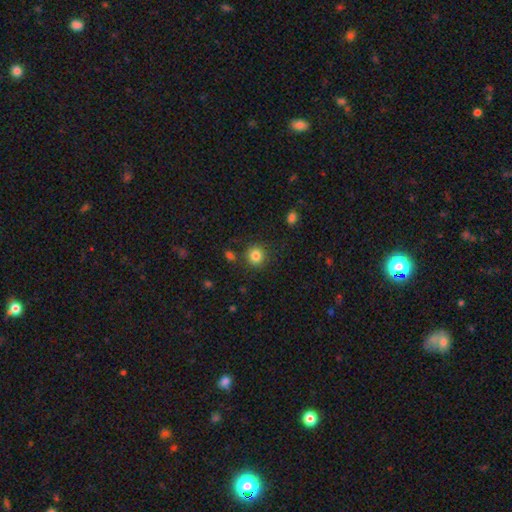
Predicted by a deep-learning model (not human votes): Smooth or featured? Predicted: smooth (p=0.83). How rounded? Predicted: round (p=0.90). Merging? Predicted: none (p=0.86).